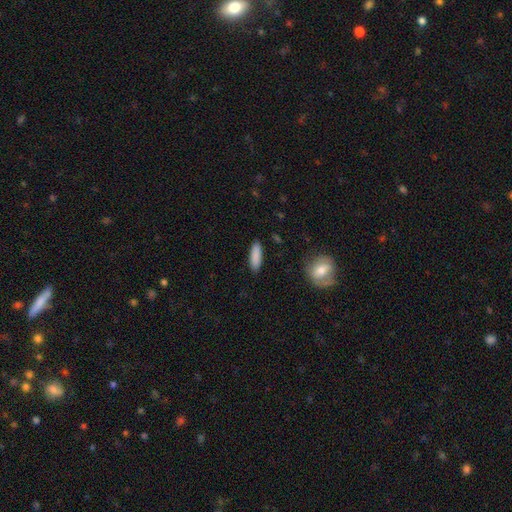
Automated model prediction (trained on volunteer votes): This is clearly a smooth galaxy (88%). How rounded: possibly cigar-shaped (52%). Merging: clearly none (89%).